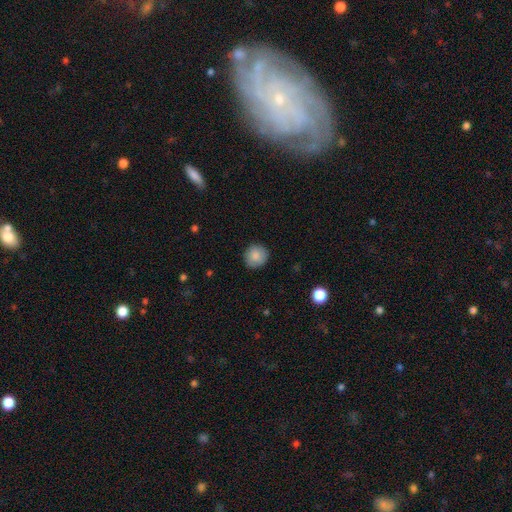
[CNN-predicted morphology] A smooth galaxy with no disk features (85%) that is round (90%). Merging: none (88%).